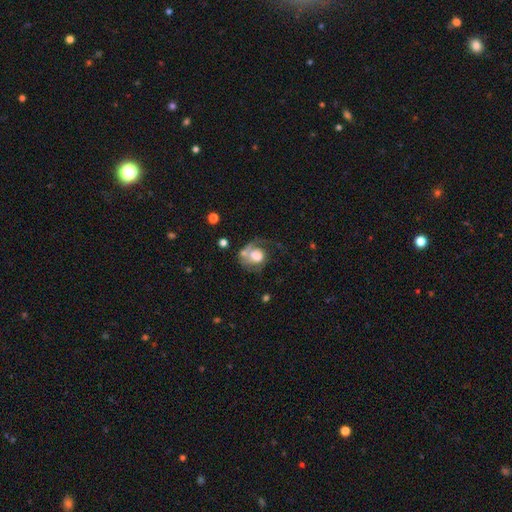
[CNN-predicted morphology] A featured or disk galaxy (52%) with no bar (80%), spiral arms (72%) and a large central bulge (45%). Merging: major disturbance (36%).